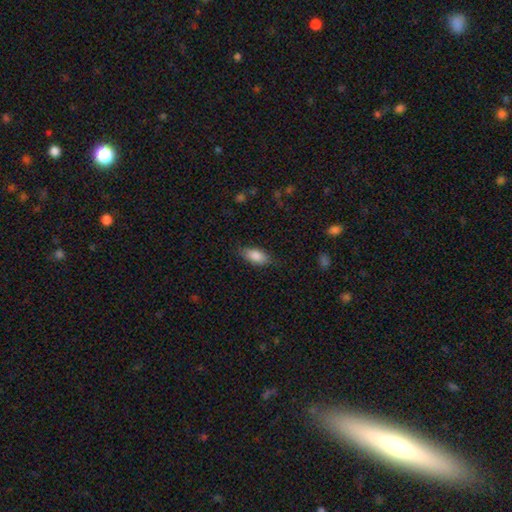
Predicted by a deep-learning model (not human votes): Smooth or featured? smooth (85%)
How rounded? in between (87%)
Merging? none (79%)